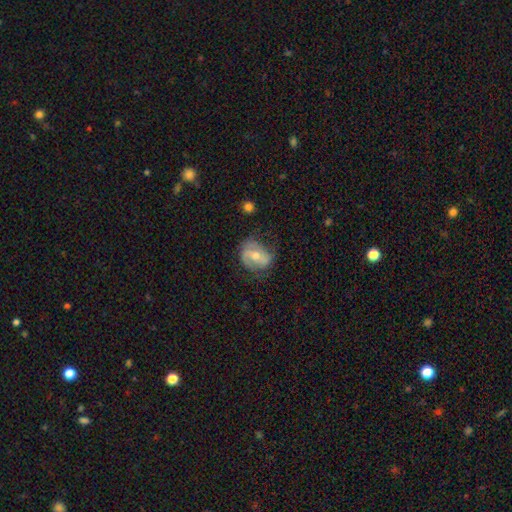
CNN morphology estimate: A featured or disk galaxy (60%) with a weak bar (38%), spiral arms (68%) and a moderate central bulge (63%).

Vote fractions:
- Smooth or featured? featured or disk: 60% / smooth: 32% / star or artifact: 8%
- Edge-on disk? no: 95% / yes: 5%
- Bar? weak: 38% / strong: 35% / no: 27%
- Spiral arms? yes: 68% / no: 32%
- Bulge size? moderate: 63% / small: 32% / large: 3% / none: 1% / dominant: 1%
- Merging? none: 60% / minor disturbance: 26% / major disturbance: 12% / merger: 2%